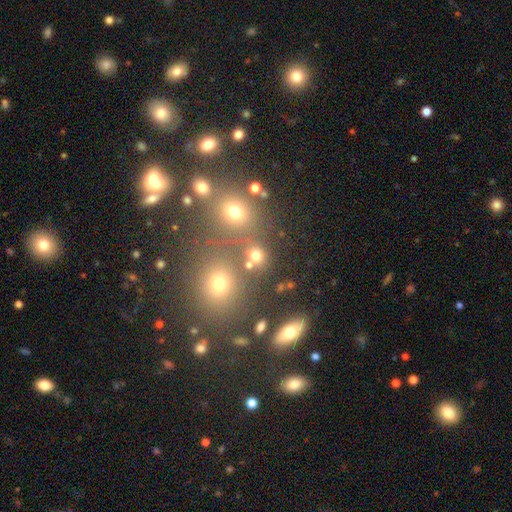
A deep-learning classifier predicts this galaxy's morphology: Smooth or featured?
  - smooth: 70% *
  - star or artifact: 21%
  - featured or disk: 9%
How rounded?
  - round: 76% *
  - in between: 22%
  - cigar-shaped: 2%
Merging?
  - none: 62% *
  - merger: 23%
  - minor disturbance: 9%
  - major disturbance: 6%